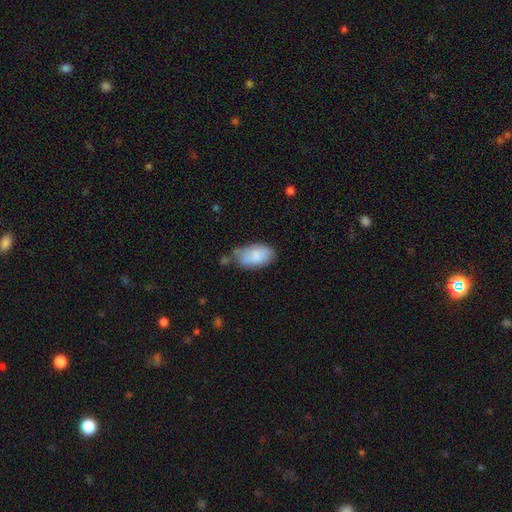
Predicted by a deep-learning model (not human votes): Smooth or featured? smooth (80%)
How rounded? in between (94%)
Merging? none (51%)